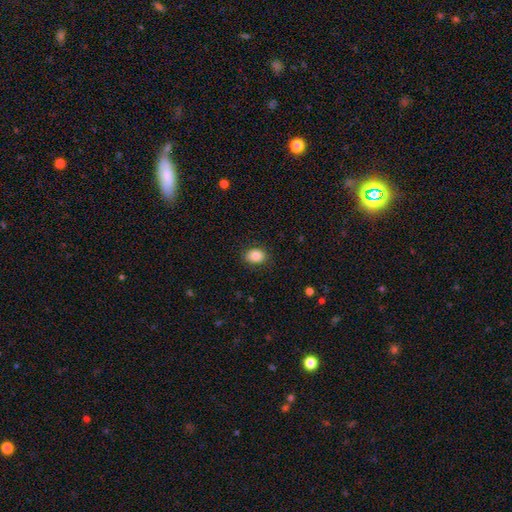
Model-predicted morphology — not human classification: A smooth galaxy with no disk features (85%) that is in between round and cigar-shaped (63%).

Vote fractions:
- Smooth or featured? smooth: 85% / star or artifact: 9% / featured or disk: 7%
- How rounded? in between: 63% / round: 36% / cigar-shaped: 1%
- Merging? none: 86% / minor disturbance: 10% / major disturbance: 3% / merger: 1%